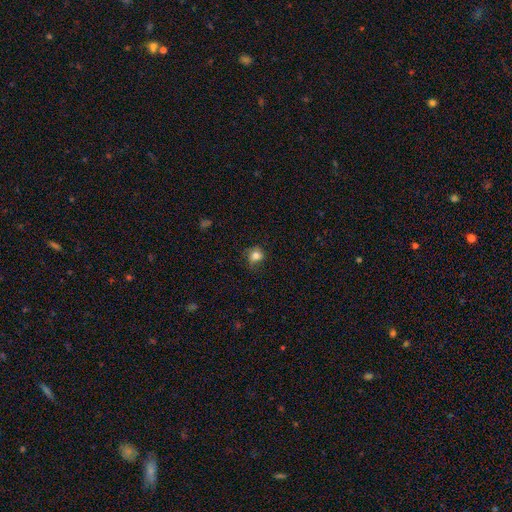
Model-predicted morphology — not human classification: type=smooth (79%); roundness=round (71%); merging=none (62%).